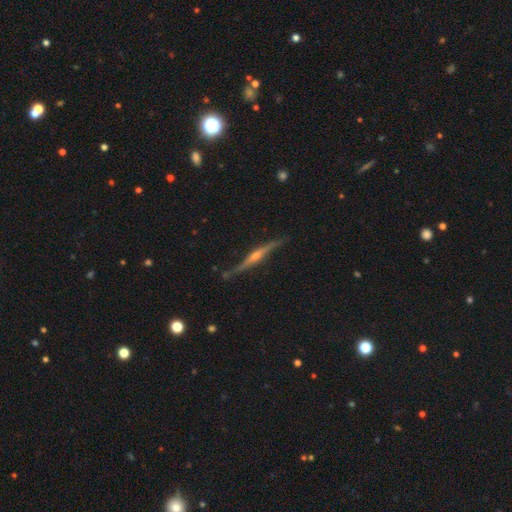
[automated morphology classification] smooth_or_featured: featured or disk (p=0.84) [alt: smooth p=0.11]
disk_edge_on: yes (p=0.96) [alt: no p=0.04]
edge_on_bulge: rounded (p=0.86) [alt: none p=0.09]
merging: none (p=0.78) [alt: minor disturbance p=0.16]